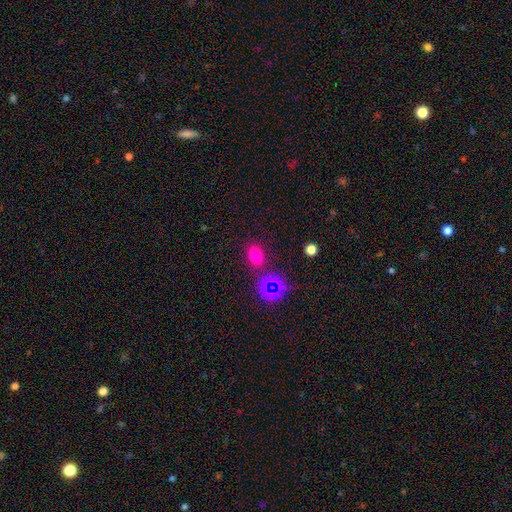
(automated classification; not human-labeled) Morphology: type=smooth (69%); roundness=in between (75%); merging=none (80%).